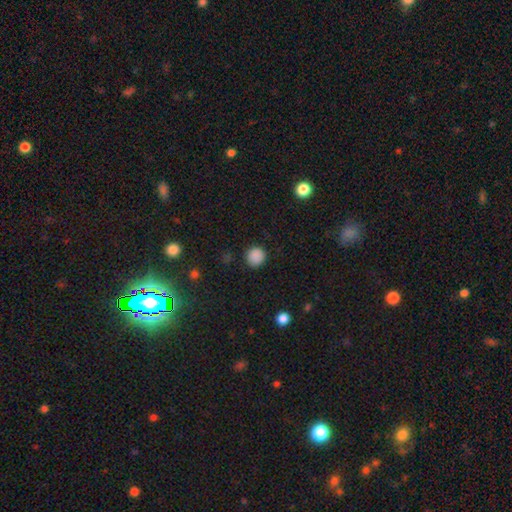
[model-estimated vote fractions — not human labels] smooth-or-featured: smooth: 87% | star or artifact: 11% | featured or disk: 3%
  how-rounded: round: 92% | in between: 7% | cigar-shaped: 1%
  merging: none: 89% | minor disturbance: 7% | major disturbance: 2% | merger: 1%